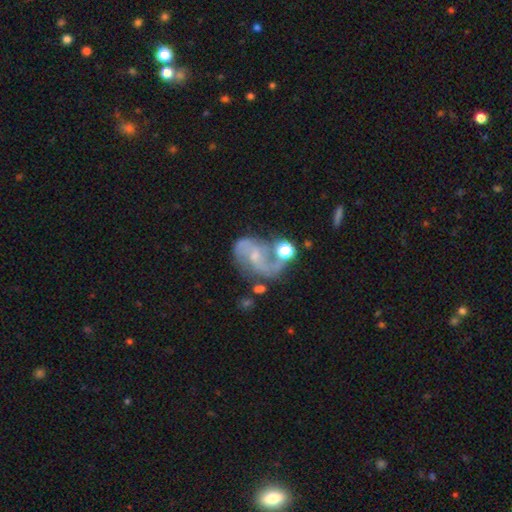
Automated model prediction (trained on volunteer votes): Smooth or featured? featured or disk (83%)
Edge-on disk? no (98%)
Bar? no (46%)
Spiral arms? yes (94%)
Spiral winding? loose (45%)
Spiral arm count? 2 (87%)
Bulge size? small (63%)
Merging? none (47%)